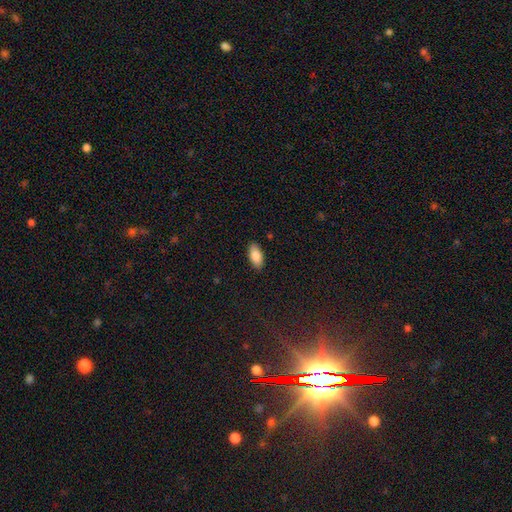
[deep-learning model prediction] smooth 87%, featured or disk 7%, star or artifact 6%. Down the decision tree: how rounded — in between (91%); merging — none (88%).